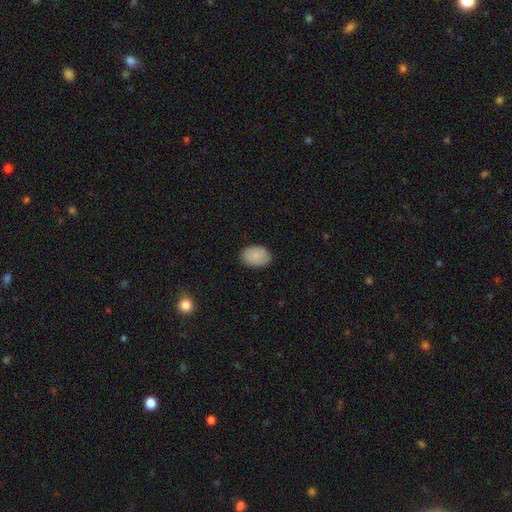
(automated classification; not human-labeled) Smooth or featured?
  - smooth: 85% *
  - featured or disk: 9%
  - star or artifact: 7%
How rounded?
  - in between: 83% *
  - round: 16%
  - cigar-shaped: 1%
Merging?
  - none: 83% *
  - minor disturbance: 14%
  - major disturbance: 2%
  - merger: 1%